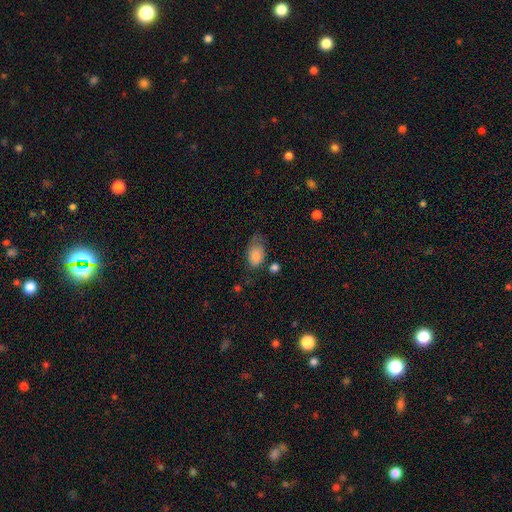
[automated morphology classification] Overall: smooth (83%). How rounded: in between (89%). Merging: none (45%; minor disturbance 34%).